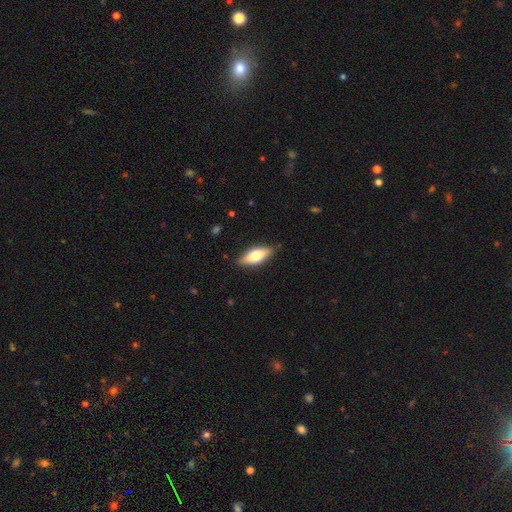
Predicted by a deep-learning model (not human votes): Smooth or featured: smooth — 57% (featured or disk — 37%)
How rounded: in between — 74% (cigar-shaped — 23%)
Merging: none — 85% (minor disturbance — 11%)